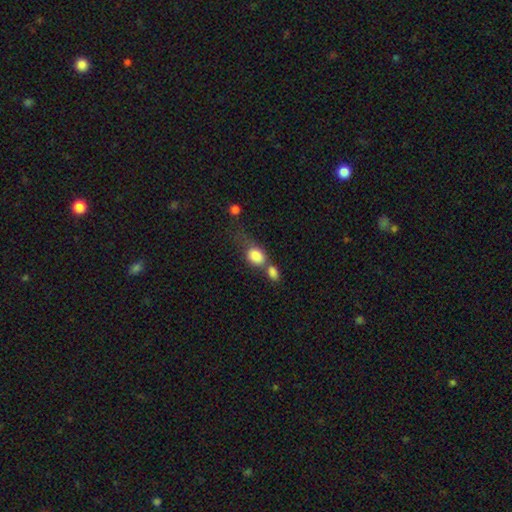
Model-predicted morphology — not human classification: A smooth galaxy with no disk features (82%) that is in between round and cigar-shaped (63%).

Vote fractions:
- Smooth or featured? smooth: 82% / featured or disk: 10% / star or artifact: 8%
- How rounded? in between: 63% / round: 34% / cigar-shaped: 3%
- Merging? merger: 54% / none: 24% / minor disturbance: 12% / major disturbance: 10%